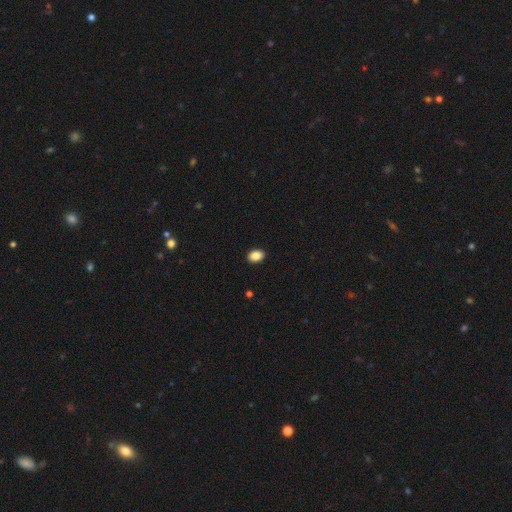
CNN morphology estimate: Smooth or featured? smooth (88%)
How rounded? in between (81%)
Merging? none (91%)